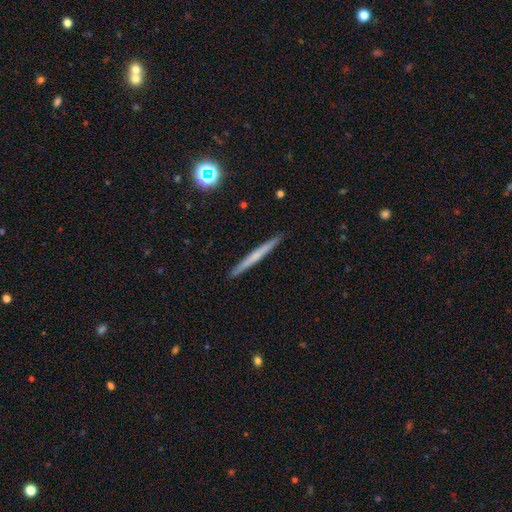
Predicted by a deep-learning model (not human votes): Smooth or featured: smooth — 48% (featured or disk — 45%)
Merging: none — 92% (minor disturbance — 5%)